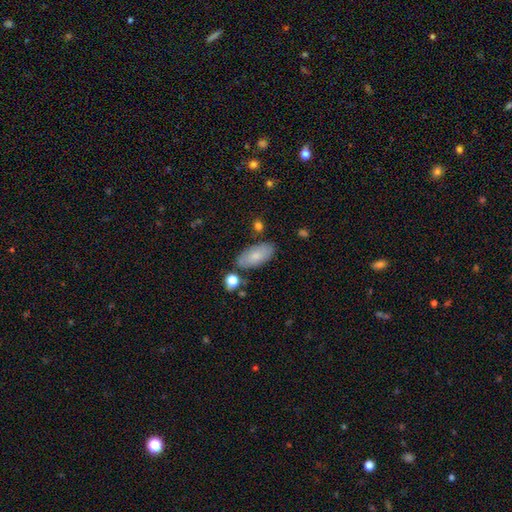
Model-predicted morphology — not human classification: smooth-or-featured: smooth: 76% | featured or disk: 17% | star or artifact: 7%
  how-rounded: in between: 92% | cigar-shaped: 5% | round: 3%
  merging: none: 77% | minor disturbance: 14% | merger: 5% | major disturbance: 3%